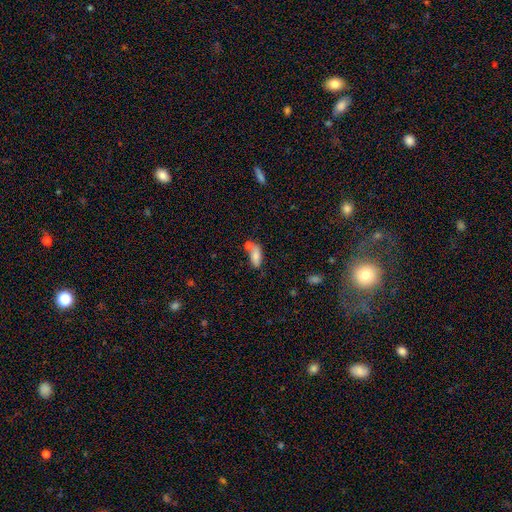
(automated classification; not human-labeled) Smooth or featured? smooth (76%)
How rounded? in between (83%)
Merging? none (49%)